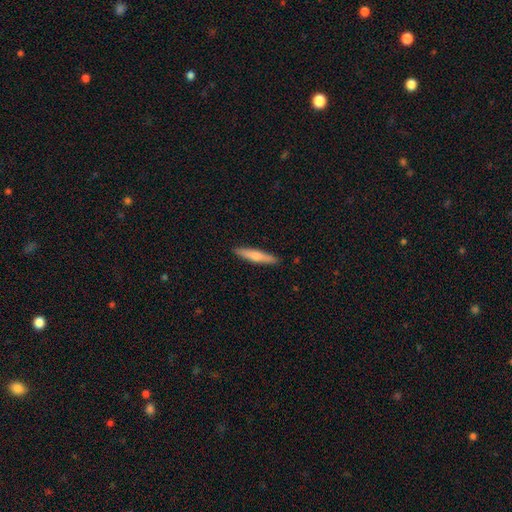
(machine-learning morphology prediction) The model was most divided on "smooth or featured": smooth: 66%, featured or disk: 28%, star or artifact: 5%. More confident: merging — none (90%); how rounded — cigar-shaped (86%).